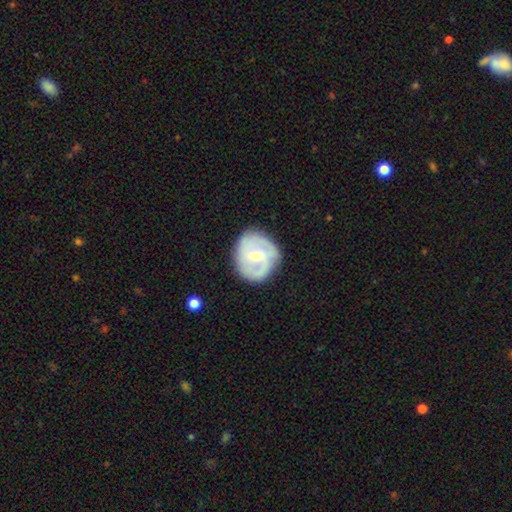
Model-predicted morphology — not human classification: smooth_or_featured: featured or disk (p=0.70) [alt: smooth p=0.24]
disk_edge_on: no (p=0.97) [alt: yes p=0.03]
bar: weak (p=0.47) [alt: no p=0.36]
has_spiral_arms: yes (p=0.82) [alt: no p=0.18]
spiral_winding: medium (p=0.41) [tied with: tight p=0.41]
spiral_arm_count: 2 (p=0.55) [alt: can't tell p=0.22]
bulge_size: moderate (p=0.53) [alt: small p=0.43]
merging: none (p=0.76) [alt: minor disturbance p=0.17]